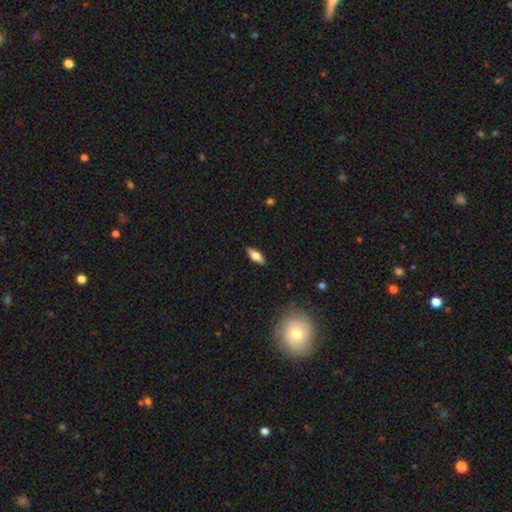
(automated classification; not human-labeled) A smooth galaxy with no disk features (58%) that is in between round and cigar-shaped (69%). Merging: none (88%).